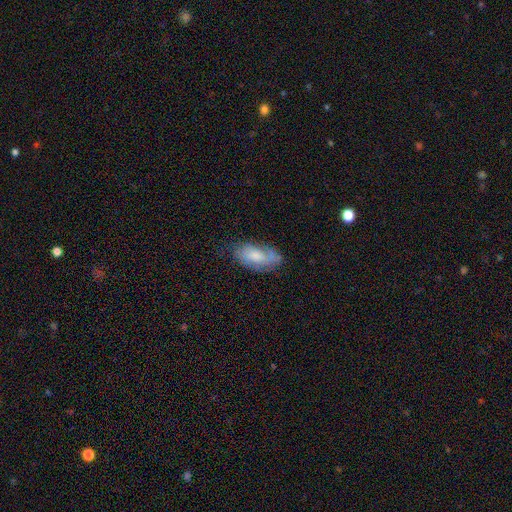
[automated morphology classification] Smooth or featured? smooth (58%)
How rounded? in between (90%)
Merging? none (60%)